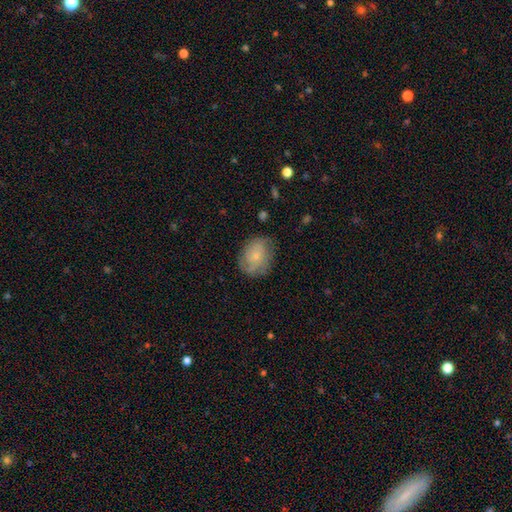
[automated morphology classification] smooth_or_featured: smooth (p=0.47) [alt: featured or disk p=0.45]
merging: none (p=0.67) [alt: minor disturbance p=0.23]